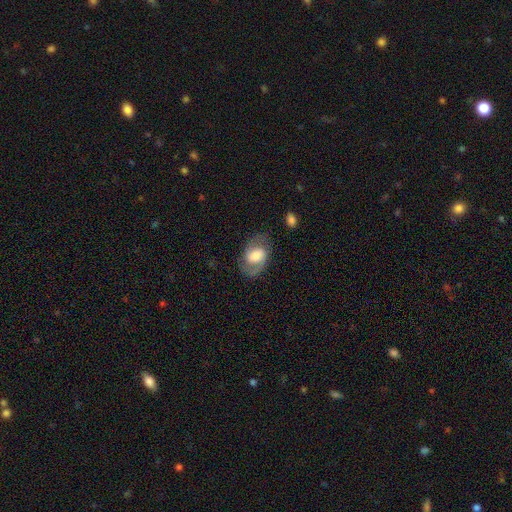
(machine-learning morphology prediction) Smooth or featured? featured or disk (68%)
Edge-on disk? no (97%)
Bar? weak (45%)
Spiral arms? yes (87%)
Spiral winding? medium (52%)
Spiral arm count? 2 (86%)
Bulge size? moderate (44%)
Merging? none (74%)